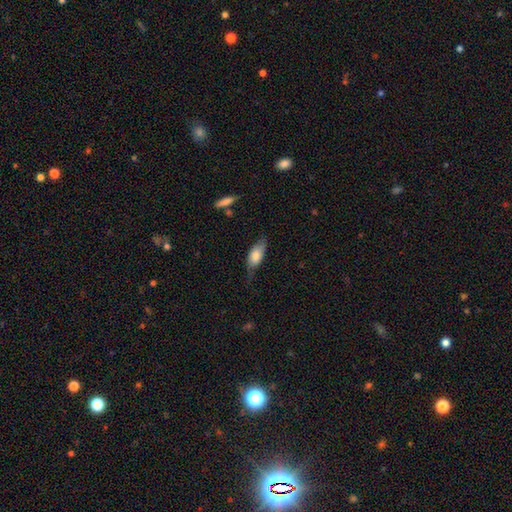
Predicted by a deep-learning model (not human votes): smooth-or-featured: smooth: 69% | featured or disk: 25% | star or artifact: 6%
  how-rounded: in between: 84% | cigar-shaped: 13% | round: 3%
  merging: none: 52% | minor disturbance: 34% | major disturbance: 13% | merger: 2%